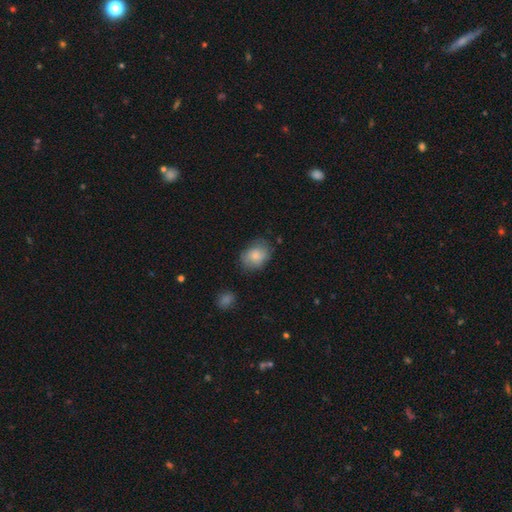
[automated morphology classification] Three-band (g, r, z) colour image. It shows a smooth galaxy with no disk features (78%) that is in between round and cigar-shaped (61%). Merging: none (69%).